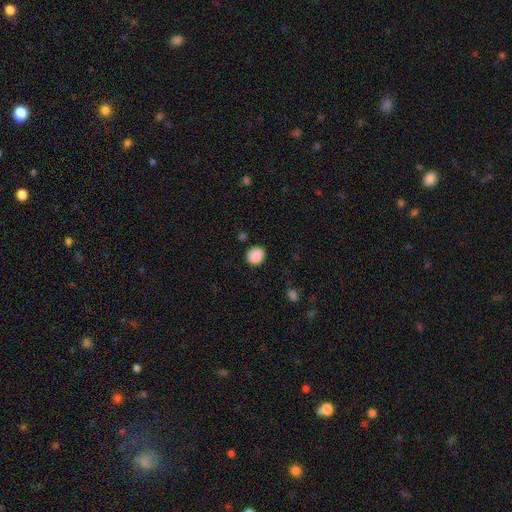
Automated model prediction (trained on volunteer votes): This appears to be a smooth galaxy with no disk features (89%) that is round (78%). Merging: none (86%).